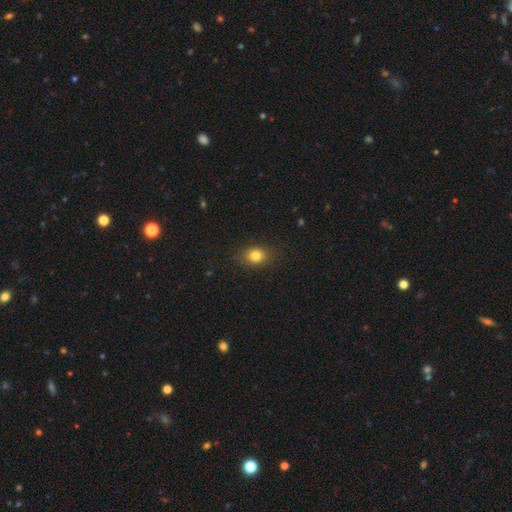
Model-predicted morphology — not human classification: Smooth or featured: smooth — 81% (star or artifact — 12%)
How rounded: in between — 53% (round — 45%)
Merging: none — 85% (minor disturbance — 11%)